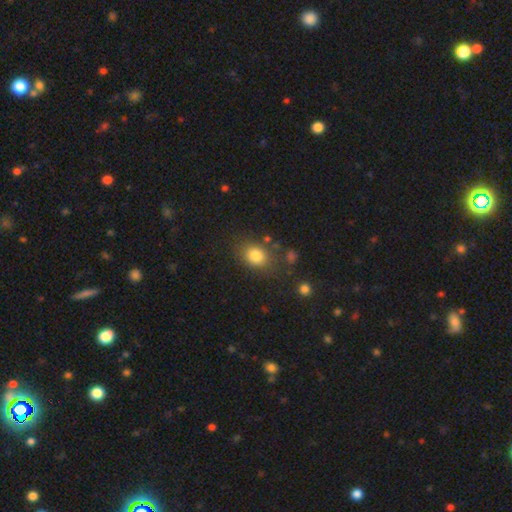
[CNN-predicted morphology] smooth_or_featured: smooth (p=0.81) [alt: star or artifact p=0.11]
how_rounded: round (p=0.52) [alt: in between p=0.47]
merging: none (p=0.74) [alt: minor disturbance p=0.15]